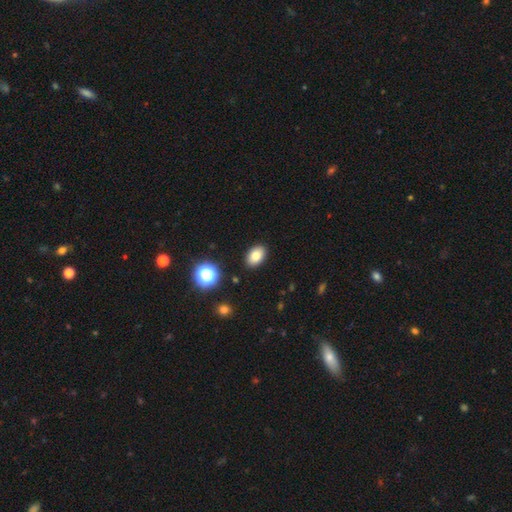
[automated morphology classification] Smooth or featured? smooth (82%)
How rounded? in between (87%)
Merging? none (89%)